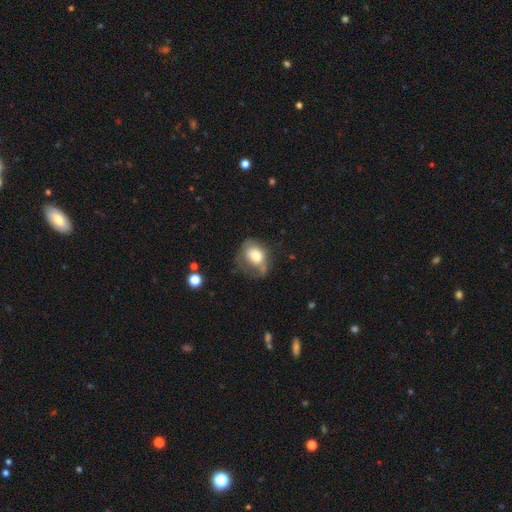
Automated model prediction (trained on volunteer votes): Smooth or featured? Predicted: smooth (p=0.67). How rounded? Predicted: in between (p=0.57). Merging? Predicted: none (p=0.35).